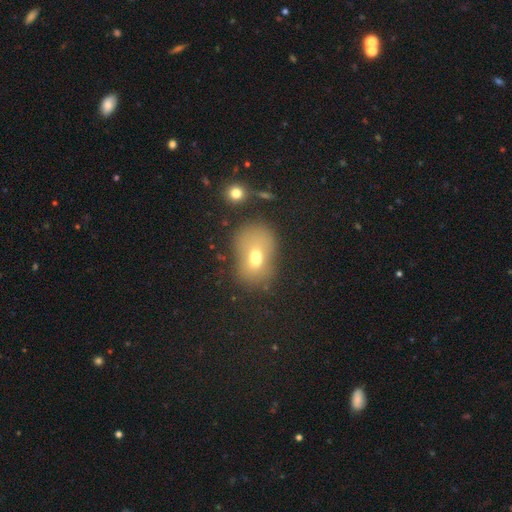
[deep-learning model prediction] A smooth galaxy with no disk features (64%) that is in between round and cigar-shaped (65%). Merging: none (43%).